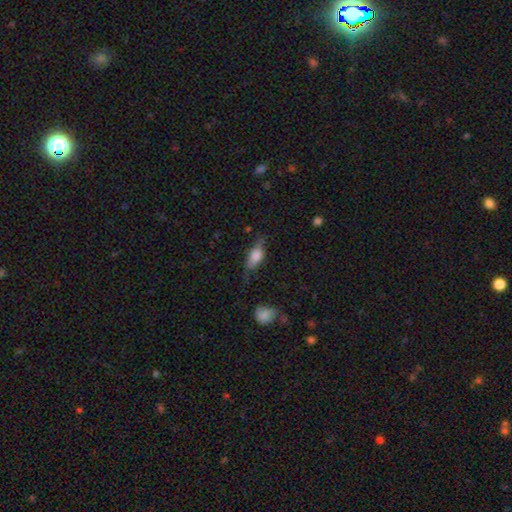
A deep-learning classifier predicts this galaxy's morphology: Smooth or featured?
  - smooth: 62% *
  - featured or disk: 30%
  - star or artifact: 8%
How rounded?
  - in between: 74% *
  - cigar-shaped: 20%
  - round: 6%
Merging?
  - none: 58% *
  - minor disturbance: 27%
  - major disturbance: 11%
  - merger: 3%